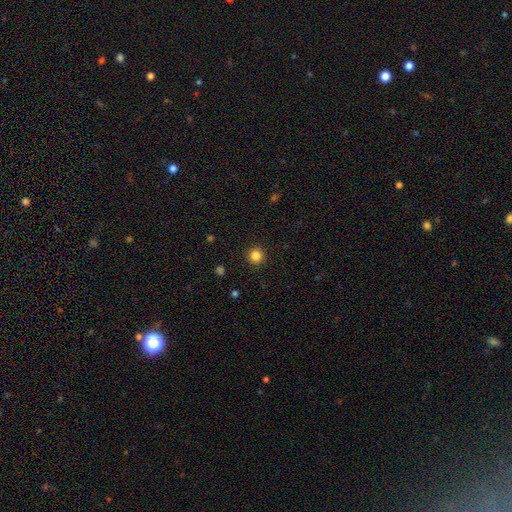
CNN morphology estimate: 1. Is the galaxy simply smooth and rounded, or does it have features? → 84% smooth, 12% star or artifact, 4% featured or disk.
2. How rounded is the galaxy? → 95% round, 4% in between, 1% cigar-shaped.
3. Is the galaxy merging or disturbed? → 93% none, 5% minor disturbance, 2% major disturbance, 1% merger.